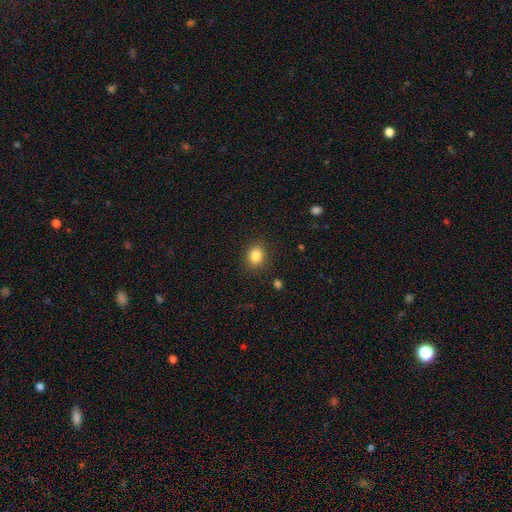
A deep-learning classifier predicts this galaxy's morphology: Smooth or featured? Predicted: smooth (p=0.85). How rounded? Predicted: round (p=0.58). Merging? Predicted: none (p=0.87).